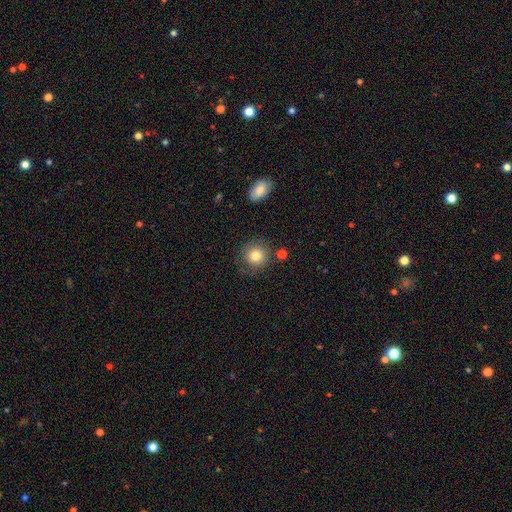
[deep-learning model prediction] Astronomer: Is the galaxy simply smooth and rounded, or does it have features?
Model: smooth — 81%.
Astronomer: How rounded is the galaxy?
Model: round — 89%.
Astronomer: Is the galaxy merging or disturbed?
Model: none — 77%.